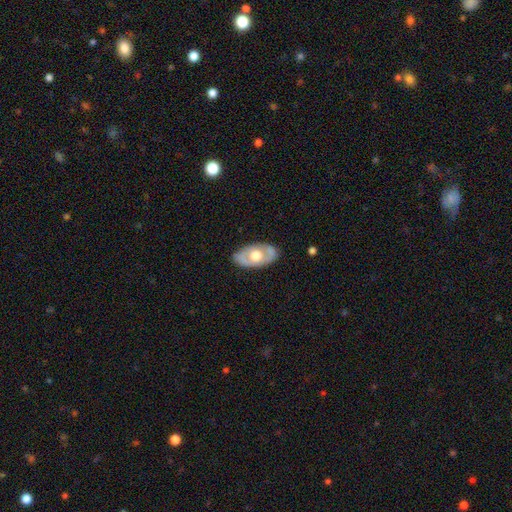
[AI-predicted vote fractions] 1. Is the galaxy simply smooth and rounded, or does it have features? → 52% featured or disk, 43% smooth, 5% star or artifact.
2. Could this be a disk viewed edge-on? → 84% no, 16% yes.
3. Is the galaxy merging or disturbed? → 80% none, 15% minor disturbance, 3% major disturbance, 1% merger.